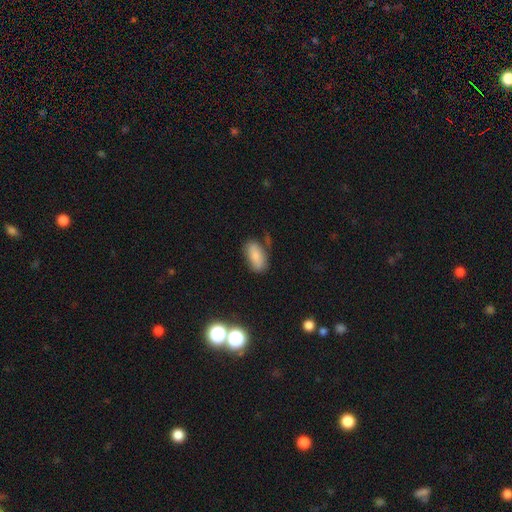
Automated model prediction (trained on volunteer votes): Smooth or featured?
  - smooth: 80% *
  - featured or disk: 12%
  - star or artifact: 8%
How rounded?
  - in between: 91% *
  - cigar-shaped: 6%
  - round: 3%
Merging?
  - none: 64% *
  - minor disturbance: 23%
  - major disturbance: 8%
  - merger: 5%